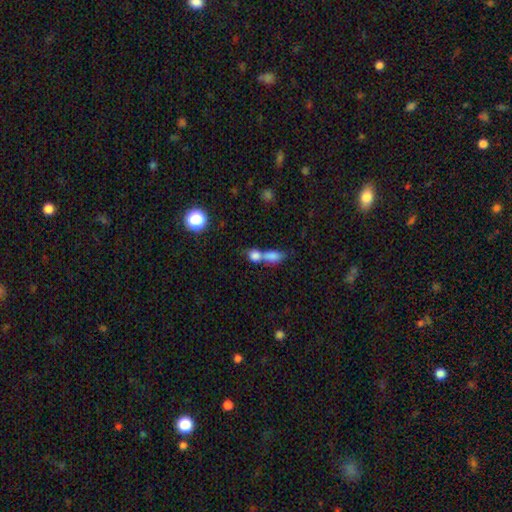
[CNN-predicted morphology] Q: Smooth or featured?
A: smooth (79%); runner-up: featured or disk (11%)
Q: How rounded?
A: in between (55%); runner-up: round (36%)
Q: Merging?
A: merger (68%); runner-up: none (22%)